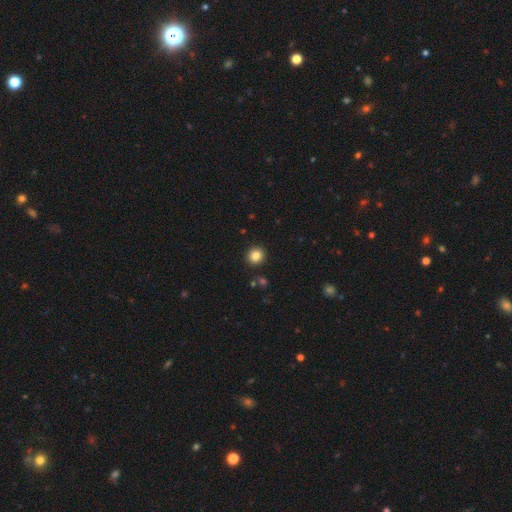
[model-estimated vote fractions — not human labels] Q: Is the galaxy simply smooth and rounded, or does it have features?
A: smooth — 83%.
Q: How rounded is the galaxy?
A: round — 89%.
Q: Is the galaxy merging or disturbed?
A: none — 91%.